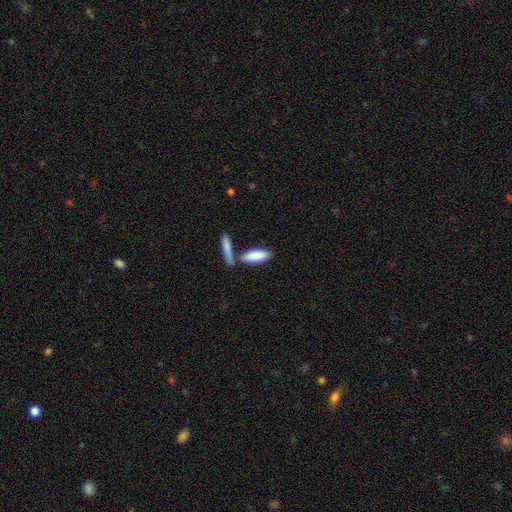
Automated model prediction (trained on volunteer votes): Q: Smooth or featured?
A: smooth (85%); runner-up: featured or disk (10%)
Q: How rounded?
A: in between (56%); runner-up: cigar-shaped (42%)
Q: Merging?
A: none (56%); runner-up: merger (28%)